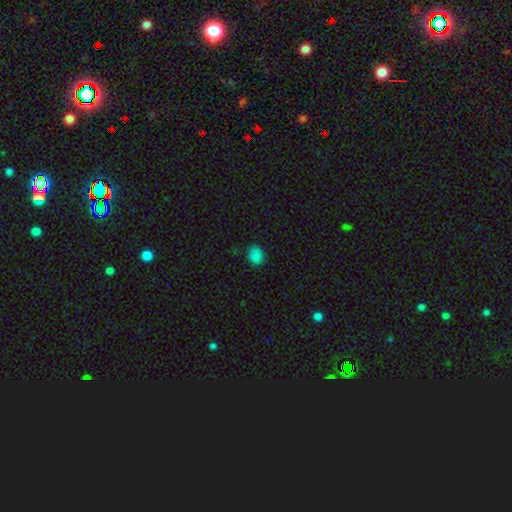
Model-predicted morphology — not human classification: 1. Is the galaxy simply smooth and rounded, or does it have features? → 83% smooth, 14% star or artifact, 3% featured or disk.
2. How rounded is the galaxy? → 58% in between, 41% round, 1% cigar-shaped.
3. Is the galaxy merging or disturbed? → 79% none, 17% minor disturbance, 3% major disturbance, 1% merger.